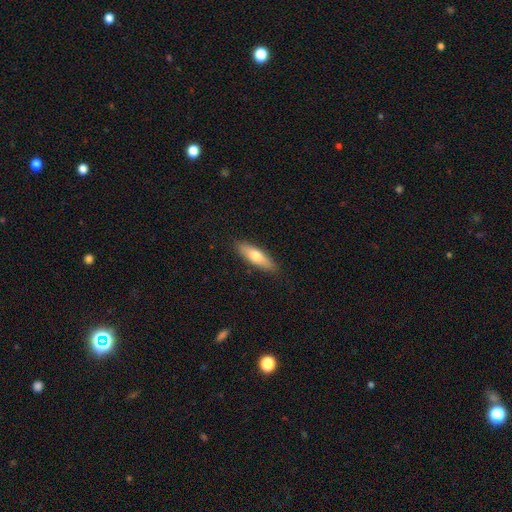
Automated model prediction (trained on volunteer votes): A smooth galaxy with no disk features (67%) that is cigar-shaped (56%).

Vote fractions:
- Smooth or featured? smooth: 67% / featured or disk: 27% / star or artifact: 6%
- How rounded? cigar-shaped: 56% / in between: 42% / round: 2%
- Merging? none: 87% / minor disturbance: 10% / major disturbance: 2% / merger: 1%